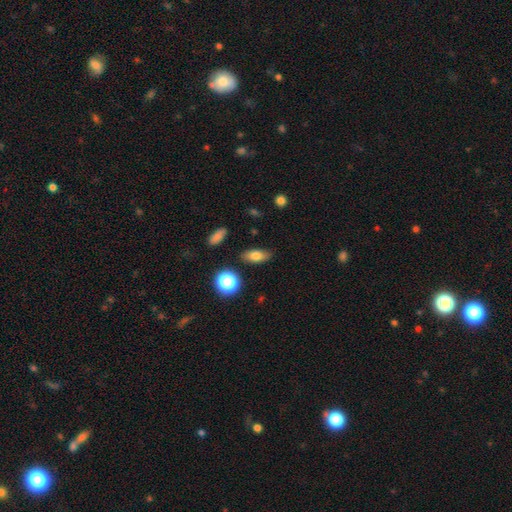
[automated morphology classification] A smooth galaxy with no disk features (77%) that is in between round and cigar-shaped (79%). Merging: none (84%).